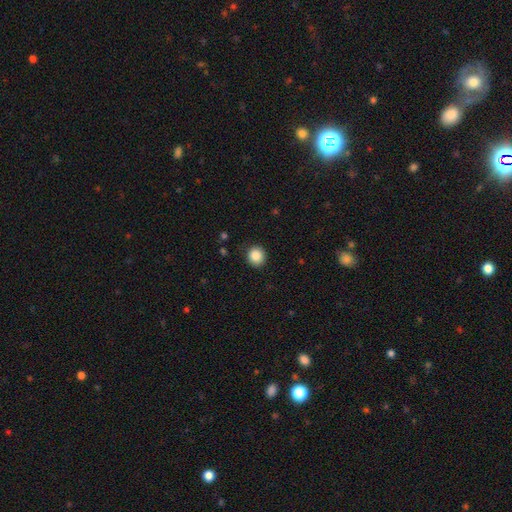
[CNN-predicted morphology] smooth-or-featured: smooth: 87% | star or artifact: 9% | featured or disk: 4%
  how-rounded: round: 90% | in between: 9% | cigar-shaped: 1%
  merging: none: 89% | minor disturbance: 7% | major disturbance: 2% | merger: 1%